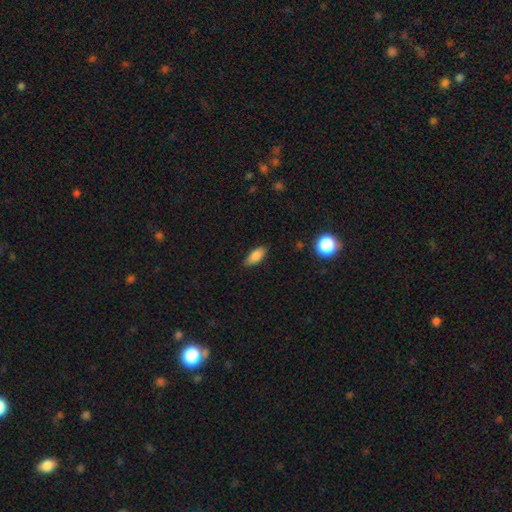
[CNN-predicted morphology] The model was most divided on "merging": none: 82%, minor disturbance: 15%, major disturbance: 3%, merger: 1%. More confident: smooth or featured — smooth (85%); how rounded — in between (82%).